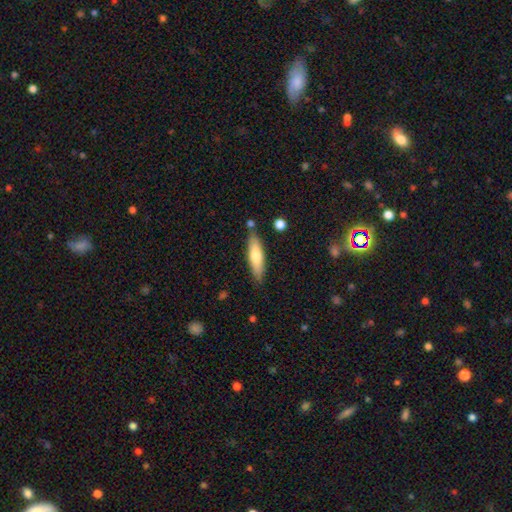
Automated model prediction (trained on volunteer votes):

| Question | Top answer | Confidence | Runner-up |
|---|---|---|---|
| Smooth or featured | smooth | 67% | featured or disk (28%) |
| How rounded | cigar-shaped | 68% | in between (31%) |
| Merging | none | 82% | minor disturbance (12%) |